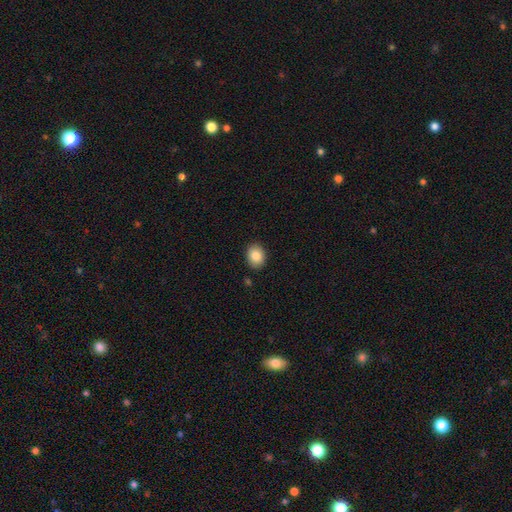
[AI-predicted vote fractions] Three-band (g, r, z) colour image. It shows a smooth galaxy with no disk features (85%) that is in between round and cigar-shaped (51%). Merging: none (89%).